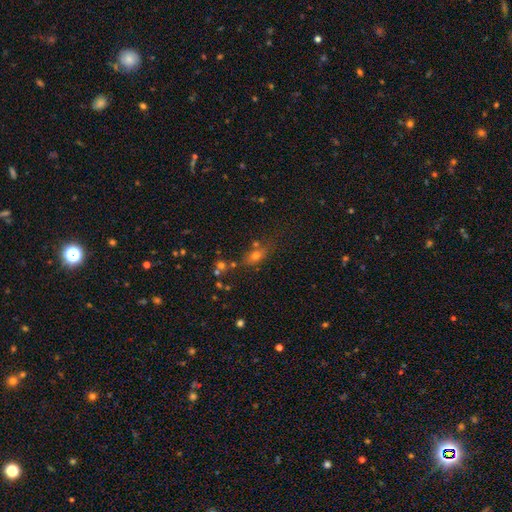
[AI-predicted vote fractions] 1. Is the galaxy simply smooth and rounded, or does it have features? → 60% smooth, 25% star or artifact, 15% featured or disk.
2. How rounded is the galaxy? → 58% in between, 32% round, 10% cigar-shaped.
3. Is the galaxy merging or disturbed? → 62% none, 16% minor disturbance, 14% merger, 8% major disturbance.